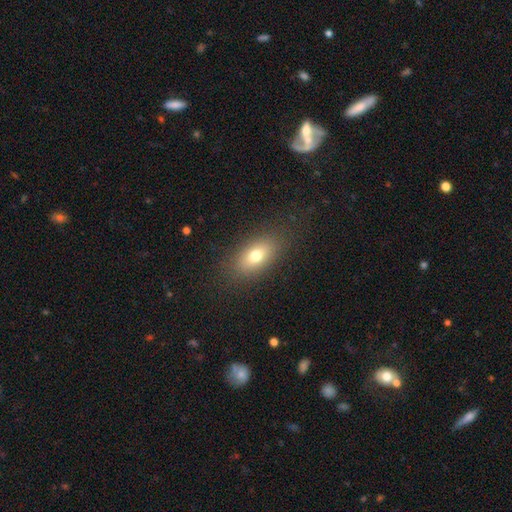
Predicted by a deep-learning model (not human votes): A smooth galaxy with no disk features (74%) that is in between round and cigar-shaped (84%). Merging: none (85%).